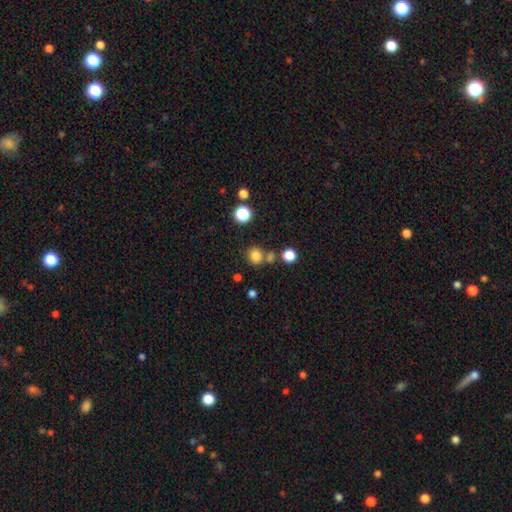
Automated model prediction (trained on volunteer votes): This appears to be a smooth galaxy with no disk features (79%) that is round (89%). Merging: none (71%).